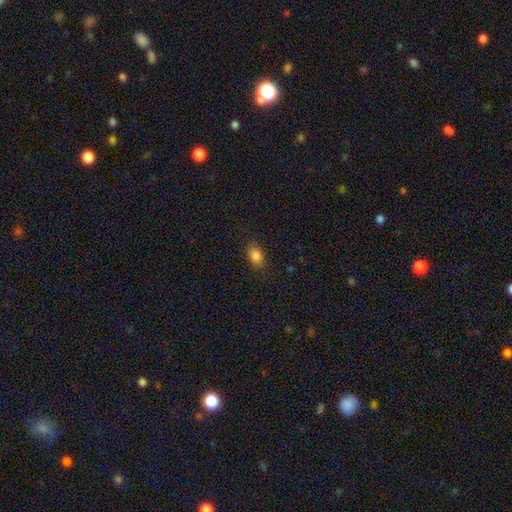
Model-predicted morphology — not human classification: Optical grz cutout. It shows a smooth galaxy with no disk features (86%) that is in between round and cigar-shaped (85%). Merging: none (86%).